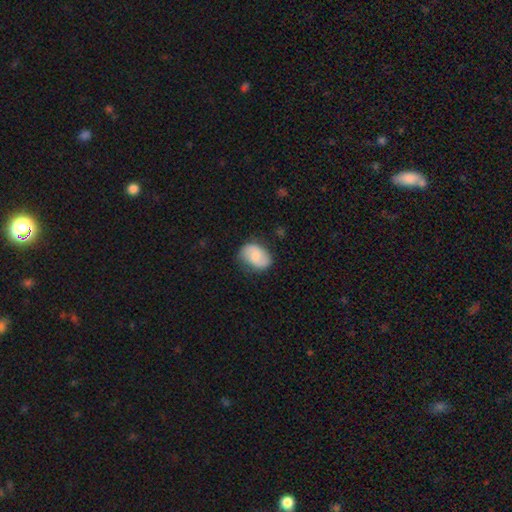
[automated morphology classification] This appears to be a smooth galaxy with no disk features (58%) that is in between round and cigar-shaped (79%). Merging: none (73%).